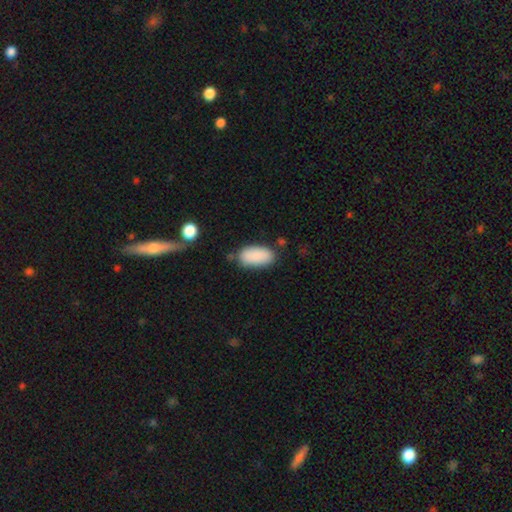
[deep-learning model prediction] Q: Smooth or featured?
A: smooth (88%); runner-up: star or artifact (7%)
Q: How rounded?
A: in between (92%); runner-up: cigar-shaped (6%)
Q: Merging?
A: none (74%); runner-up: minor disturbance (17%)